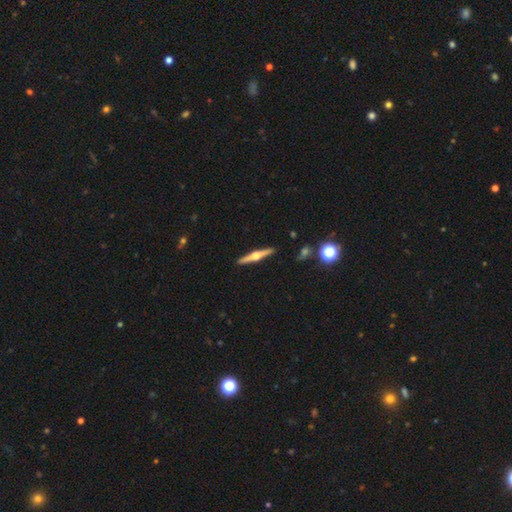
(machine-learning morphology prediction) This is likely a featured or disk galaxy (77%). It is clearly viewed edge-on (98%). Edge-on bulge: clearly rounded (94%). Merging: clearly none (92%).